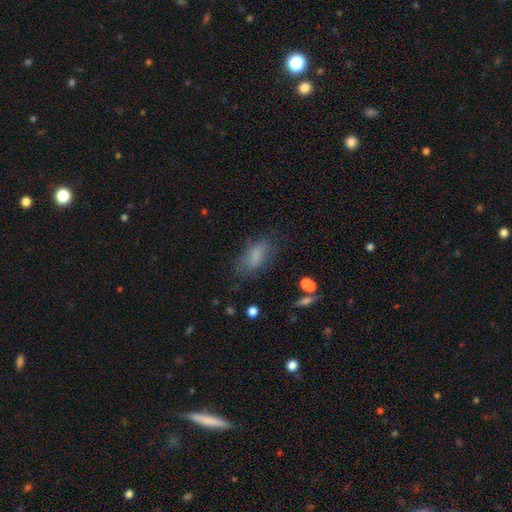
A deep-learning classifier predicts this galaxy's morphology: smooth 76%, featured or disk 14%, star or artifact 10%. Down the decision tree: how rounded — in between (81%); merging — none (67%).